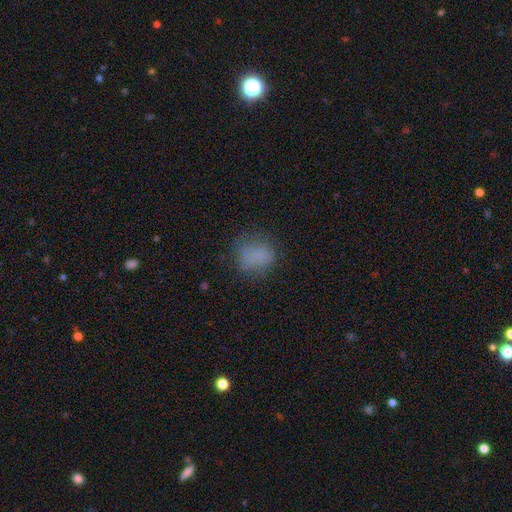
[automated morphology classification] Smooth or featured? Predicted: smooth (p=0.76). How rounded? Predicted: round (p=0.62). Merging? Predicted: none (p=0.66).